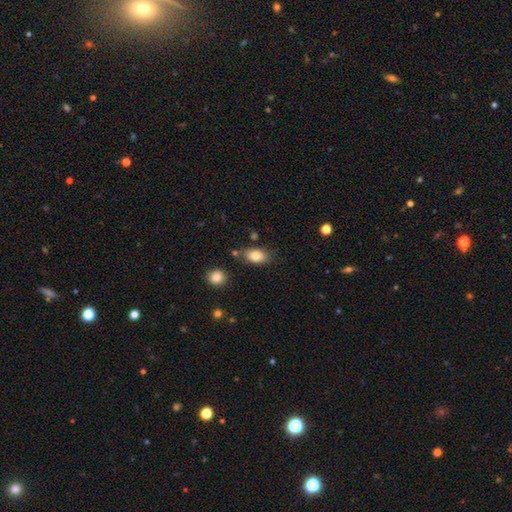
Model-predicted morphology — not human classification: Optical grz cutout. It shows a smooth galaxy with no disk features (83%) that is in between round and cigar-shaped (88%). Merging: none (75%).